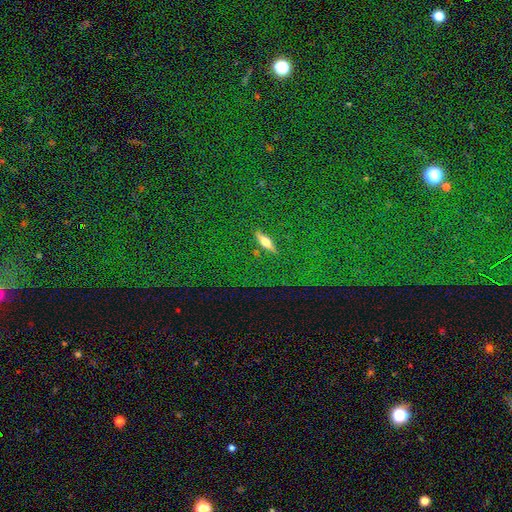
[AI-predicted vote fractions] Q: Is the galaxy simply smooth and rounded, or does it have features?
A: star or artifact — 82%.